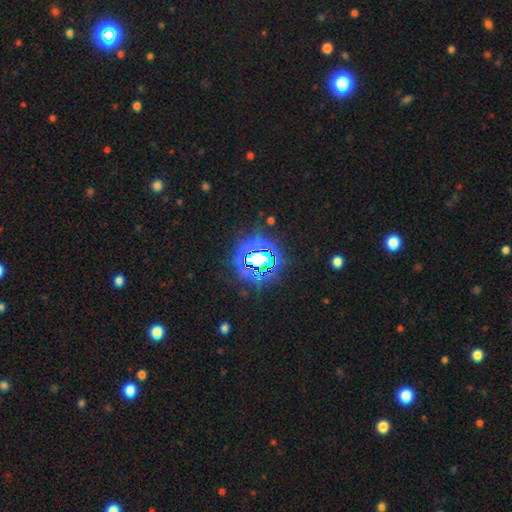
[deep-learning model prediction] Smooth or featured?
  - star or artifact: 80% *
  - smooth: 12%
  - featured or disk: 7%